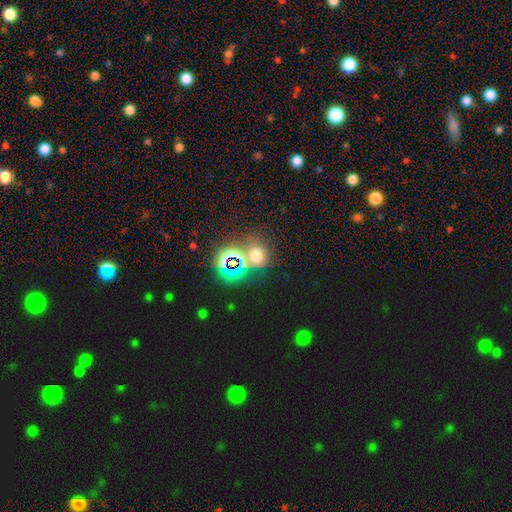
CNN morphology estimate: smooth-or-featured: smooth: 47% | star or artifact: 45% | featured or disk: 9%
  merging: none: 62% | merger: 22% | minor disturbance: 10% | major disturbance: 6%